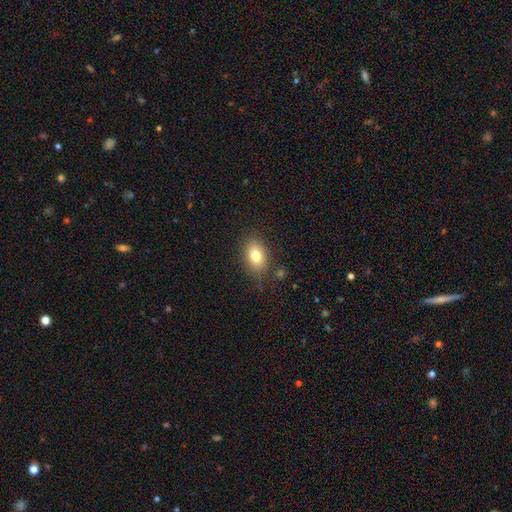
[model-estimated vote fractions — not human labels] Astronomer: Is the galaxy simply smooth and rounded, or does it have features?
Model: smooth — 78%.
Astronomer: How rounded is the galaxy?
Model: in between — 78%.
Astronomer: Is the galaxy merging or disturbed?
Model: none — 81%.